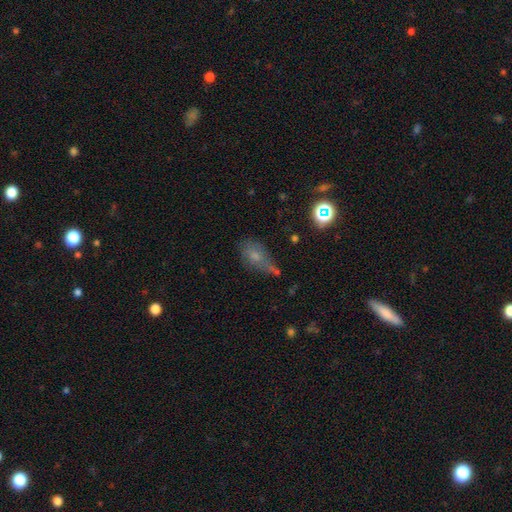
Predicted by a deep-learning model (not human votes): Smooth or featured?
  - smooth: 60% *
  - featured or disk: 23%
  - star or artifact: 17%
How rounded?
  - in between: 79% *
  - round: 15%
  - cigar-shaped: 6%
Merging?
  - none: 39% *
  - minor disturbance: 28%
  - major disturbance: 19%
  - merger: 13%